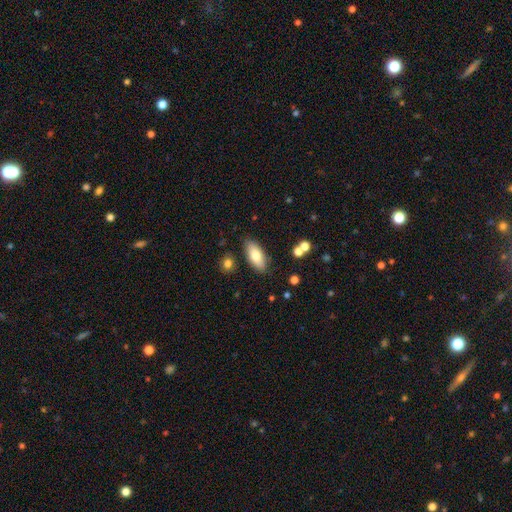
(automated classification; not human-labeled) A smooth galaxy with no disk features (75%) that is in between round and cigar-shaped (83%). Merging: none (84%).